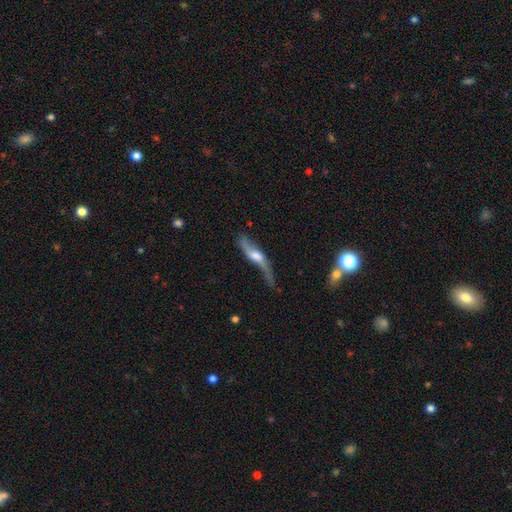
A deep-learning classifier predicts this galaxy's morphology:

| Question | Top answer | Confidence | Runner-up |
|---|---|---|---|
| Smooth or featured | featured or disk | 66% | smooth (27%) |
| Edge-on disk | no | 57% | yes (43%) |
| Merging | none | 37% | minor disturbance (29%) |